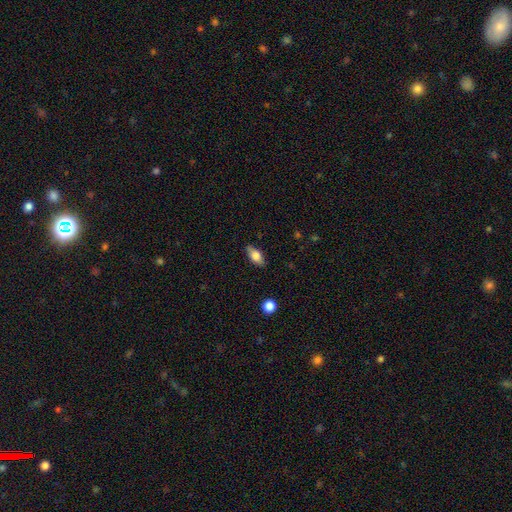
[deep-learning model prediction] smooth_or_featured: smooth (p=0.73) [alt: featured or disk p=0.19]
how_rounded: in between (p=0.84) [alt: cigar-shaped p=0.11]
merging: none (p=0.84) [alt: minor disturbance p=0.13]